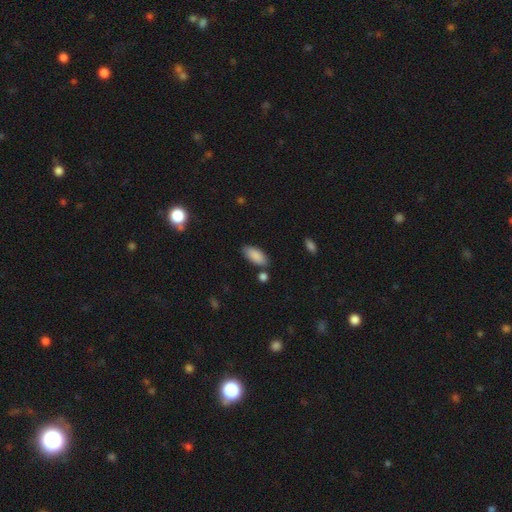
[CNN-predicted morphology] Smooth or featured? Predicted: smooth (p=0.88). How rounded? Predicted: in between (p=0.87). Merging? Predicted: none (p=0.78).